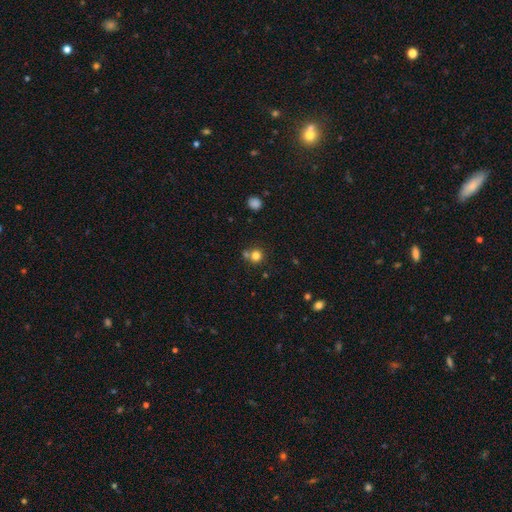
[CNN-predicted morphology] A smooth galaxy with no disk features (79%) that is round (89%). Merging: none (60%).